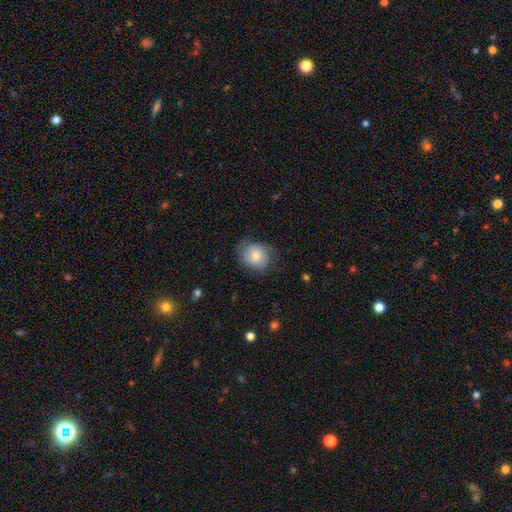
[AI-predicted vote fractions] smooth-or-featured: smooth: 73% | featured or disk: 20% | star or artifact: 7%
  how-rounded: round: 65% | in between: 34% | cigar-shaped: 1%
  merging: none: 65% | minor disturbance: 26% | major disturbance: 9% | merger: 1%